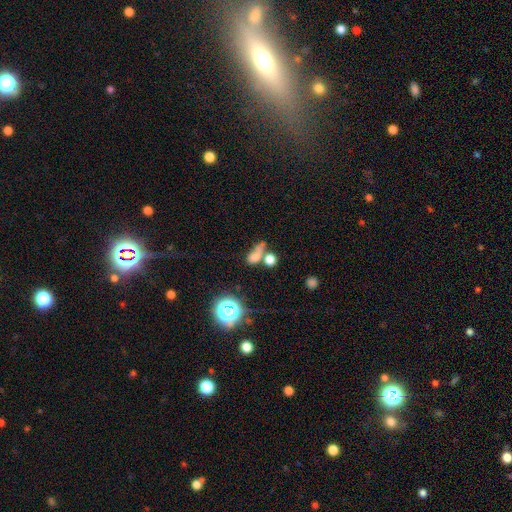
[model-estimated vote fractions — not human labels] This appears to be a smooth galaxy with no disk features (63%) that is in between round and cigar-shaped (56%). Merging: merger (43%).